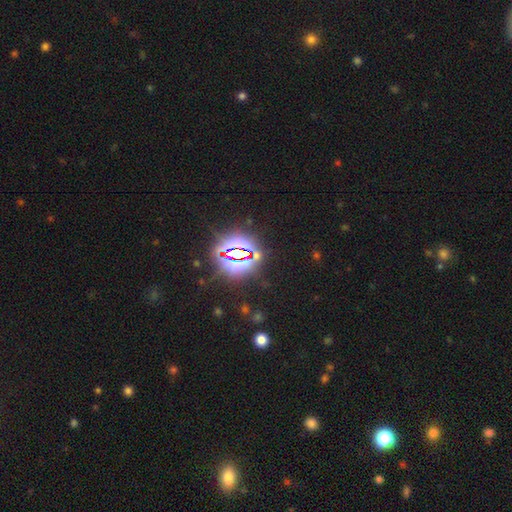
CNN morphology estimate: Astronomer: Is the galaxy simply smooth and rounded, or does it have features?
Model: star or artifact — 81%.